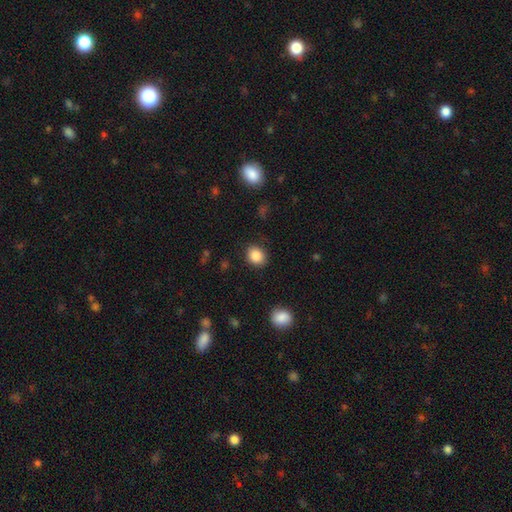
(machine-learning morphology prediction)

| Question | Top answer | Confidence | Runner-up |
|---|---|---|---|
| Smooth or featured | smooth | 86% | star or artifact (9%) |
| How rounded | round | 65% | in between (35%) |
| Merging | none | 86% | minor disturbance (9%) |